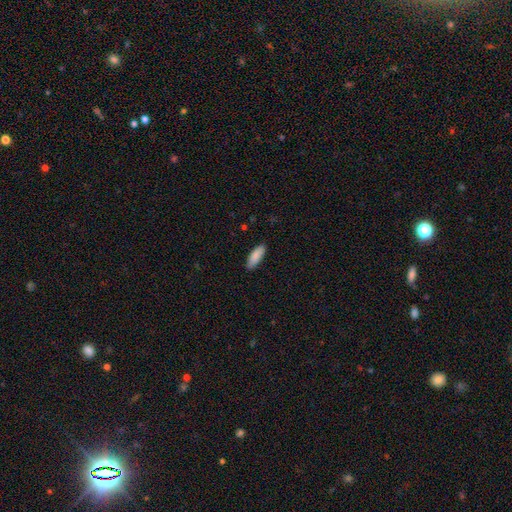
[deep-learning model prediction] Morphology: type=smooth (89%); roundness=in between (65%); merging=none (88%).